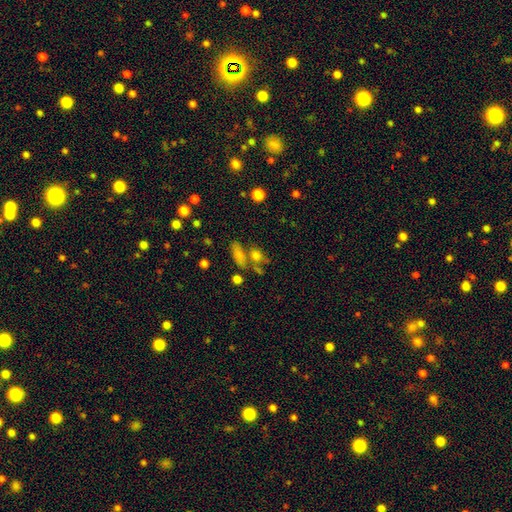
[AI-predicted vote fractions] Smooth or featured: smooth — 69% (featured or disk — 16%)
How rounded: in between — 50% (round — 39%)
Merging: none — 46% (merger — 33%)